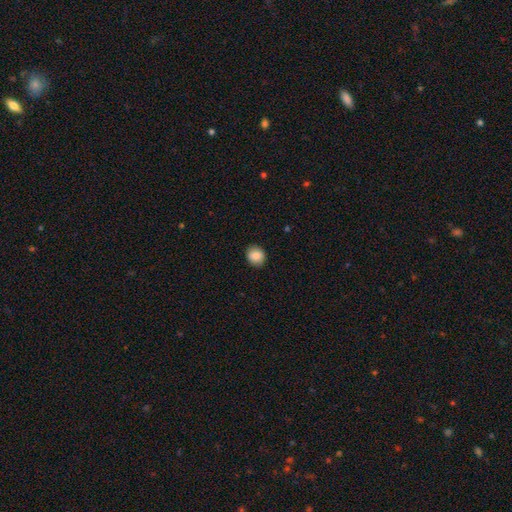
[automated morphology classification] Smooth or featured?
  - smooth: 88% *
  - star or artifact: 8%
  - featured or disk: 4%
How rounded?
  - round: 81% *
  - in between: 18%
  - cigar-shaped: 1%
Merging?
  - none: 89% *
  - minor disturbance: 8%
  - major disturbance: 2%
  - merger: 1%